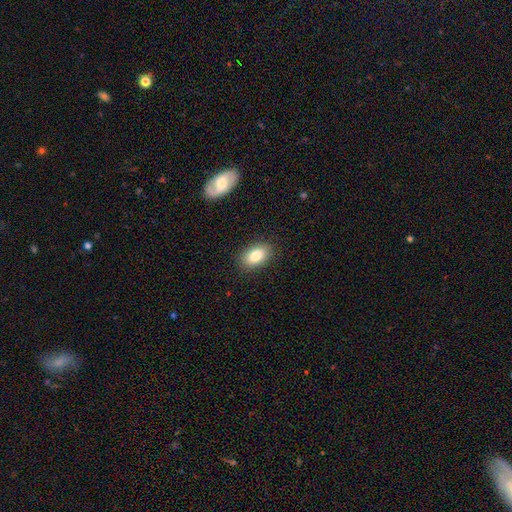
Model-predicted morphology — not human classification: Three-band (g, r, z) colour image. It shows a smooth galaxy with no disk features (83%) that is in between round and cigar-shaped (90%). Merging: none (87%).